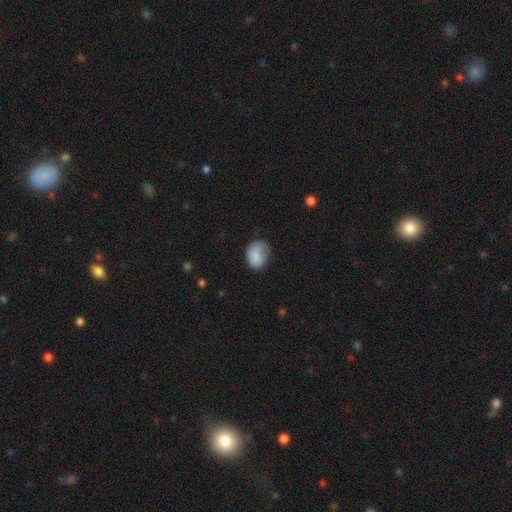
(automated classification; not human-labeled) Smooth or featured? Predicted: smooth (p=0.83). How rounded? Predicted: in between (p=0.65). Merging? Predicted: none (p=0.54).